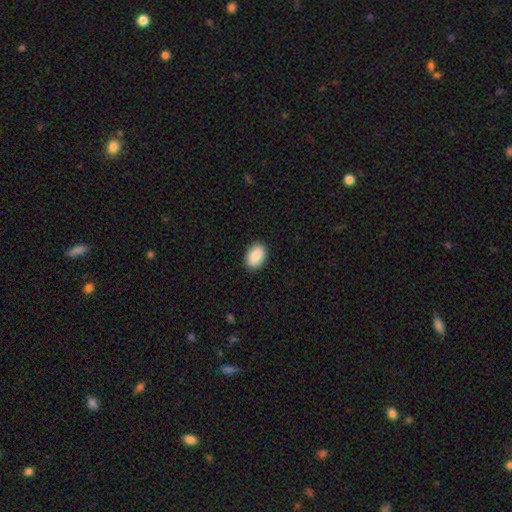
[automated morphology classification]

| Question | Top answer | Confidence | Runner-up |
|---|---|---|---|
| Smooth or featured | smooth | 87% | star or artifact (7%) |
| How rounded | in between | 89% | round (10%) |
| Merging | none | 90% | minor disturbance (7%) |